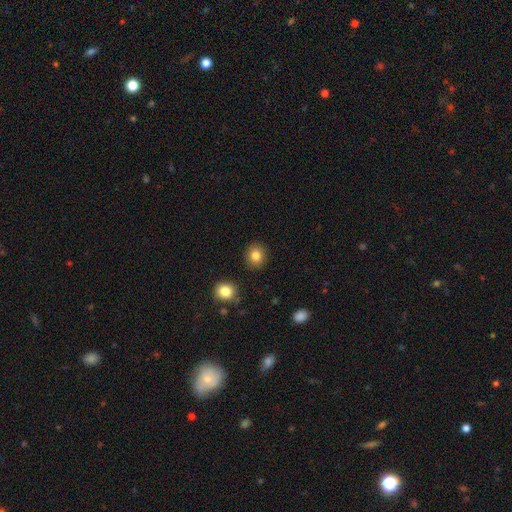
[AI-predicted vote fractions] Smooth or featured?
  - smooth: 84% *
  - star or artifact: 10%
  - featured or disk: 6%
How rounded?
  - round: 82% *
  - in between: 17%
  - cigar-shaped: 1%
Merging?
  - none: 90% *
  - minor disturbance: 6%
  - major disturbance: 2%
  - merger: 2%